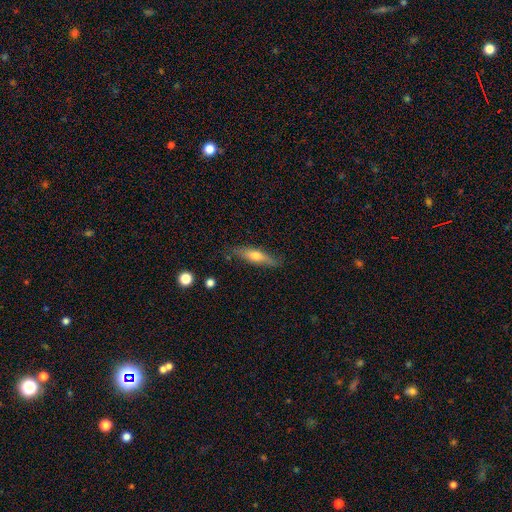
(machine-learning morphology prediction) Smooth or featured?
  - smooth: 53% *
  - featured or disk: 41%
  - star or artifact: 6%
How rounded?
  - cigar-shaped: 73% *
  - in between: 24%
  - round: 2%
Merging?
  - none: 81% *
  - minor disturbance: 15%
  - major disturbance: 3%
  - merger: 2%